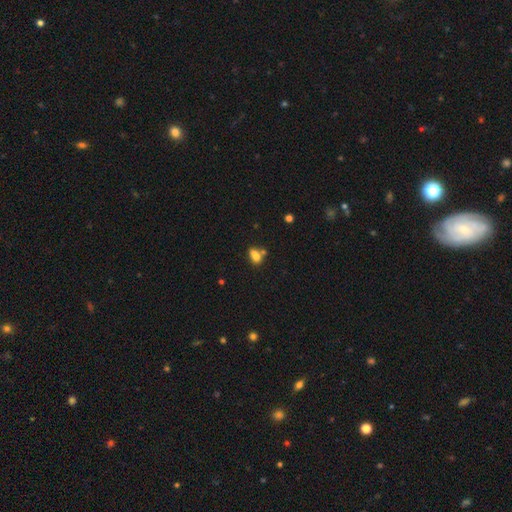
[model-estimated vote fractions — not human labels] Smooth or featured: smooth — 74% (featured or disk — 14%)
How rounded: in between — 73% (round — 19%)
Merging: none — 42% (merger — 37%)